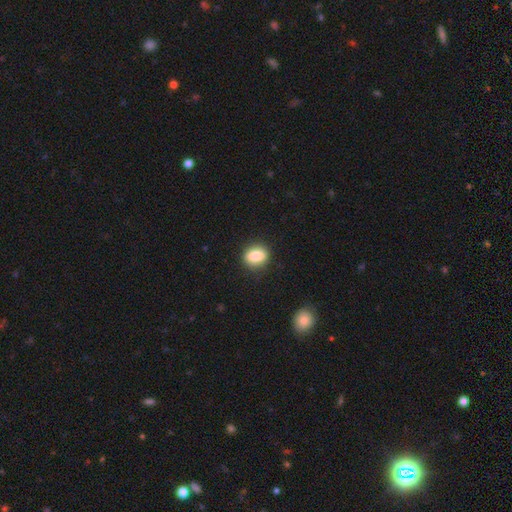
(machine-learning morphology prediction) This appears to be a smooth galaxy with no disk features (82%) that is in between round and cigar-shaped (54%). Merging: none (87%).